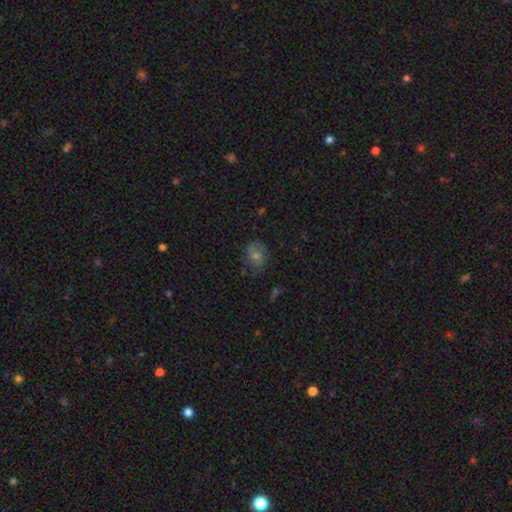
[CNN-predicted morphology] A featured or disk galaxy (55%) with no bar (50%), spiral arms (83%) and a moderate central bulge (55%). Merging: none (75%).